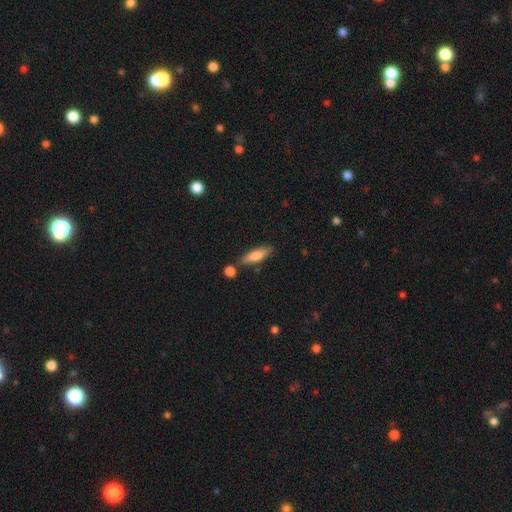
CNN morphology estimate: smooth_or_featured: smooth (p=0.72) [alt: featured or disk p=0.22]
how_rounded: cigar-shaped (p=0.56) [alt: in between p=0.42]
merging: none (p=0.72) [alt: minor disturbance p=0.14]